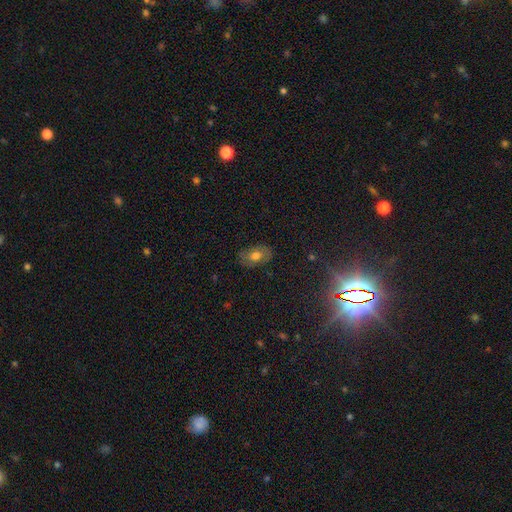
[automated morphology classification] Q: Smooth or featured?
A: smooth (66%); runner-up: featured or disk (23%)
Q: How rounded?
A: in between (86%); runner-up: round (13%)
Q: Merging?
A: none (82%); runner-up: minor disturbance (14%)